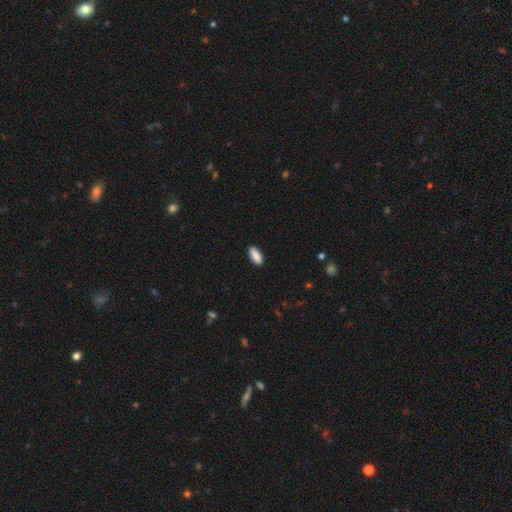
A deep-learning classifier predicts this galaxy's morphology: A smooth galaxy with no disk features (90%) that is in between round and cigar-shaped (85%).

Vote fractions:
- Smooth or featured? smooth: 90% / star or artifact: 6% / featured or disk: 4%
- How rounded? in between: 85% / cigar-shaped: 13% / round: 2%
- Merging? none: 90% / minor disturbance: 7% / major disturbance: 2% / merger: 1%